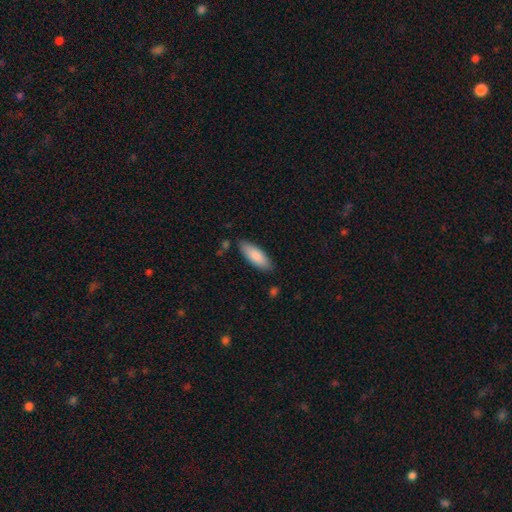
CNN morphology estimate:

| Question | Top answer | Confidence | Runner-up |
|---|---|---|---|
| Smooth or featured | smooth | 86% | featured or disk (8%) |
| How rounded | in between | 67% | cigar-shaped (32%) |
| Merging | none | 84% | minor disturbance (11%) |